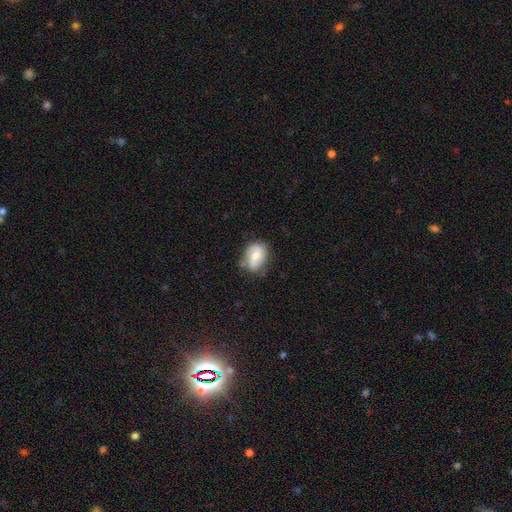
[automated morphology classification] Smooth or featured? Predicted: smooth (p=0.50). How rounded? Predicted: in between (p=0.65). Merging? Predicted: none (p=0.55).